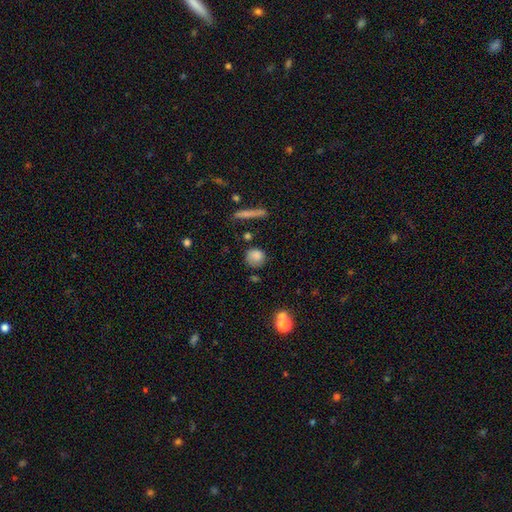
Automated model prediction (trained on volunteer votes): Smooth or featured: smooth — 81% (star or artifact — 10%)
How rounded: round — 82% (in between — 15%)
Merging: none — 69% (minor disturbance — 20%)